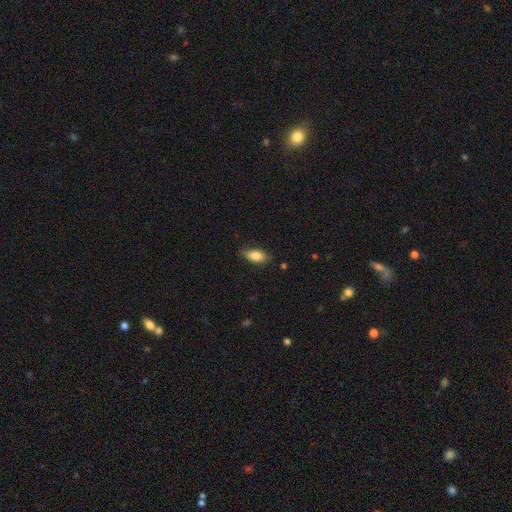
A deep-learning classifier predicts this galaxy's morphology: A smooth galaxy with no disk features (84%) that is in between round and cigar-shaped (89%). Merging: none (81%).